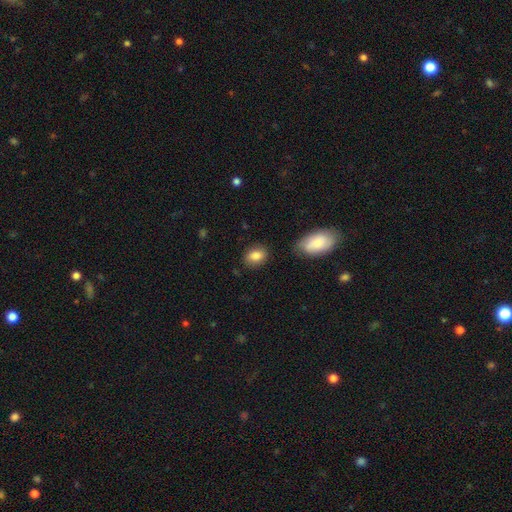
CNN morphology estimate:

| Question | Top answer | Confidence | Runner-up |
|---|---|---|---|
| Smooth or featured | smooth | 85% | star or artifact (8%) |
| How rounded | in between | 73% | round (26%) |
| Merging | none | 82% | minor disturbance (12%) |